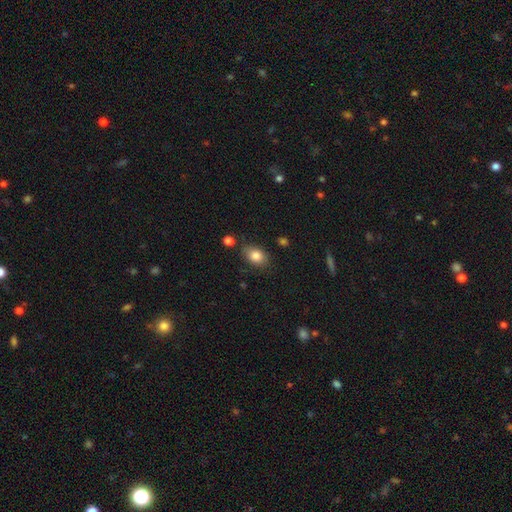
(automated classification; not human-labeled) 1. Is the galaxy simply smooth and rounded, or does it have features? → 84% smooth, 8% star or artifact, 7% featured or disk.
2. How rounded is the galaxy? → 78% in between, 21% round, 1% cigar-shaped.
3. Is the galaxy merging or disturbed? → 78% none, 15% minor disturbance, 4% merger, 3% major disturbance.